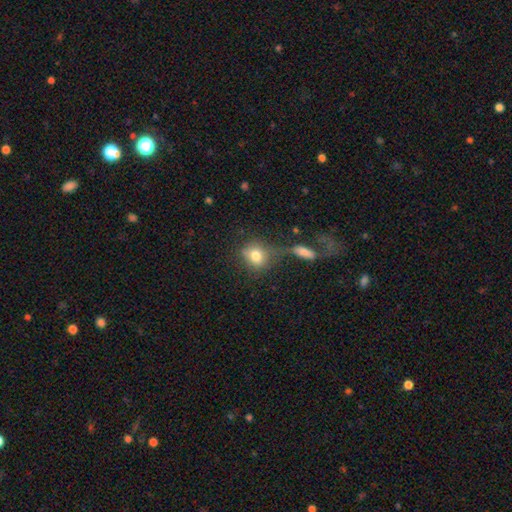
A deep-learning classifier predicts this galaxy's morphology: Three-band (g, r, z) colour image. It shows a smooth galaxy with no disk features (78%) that is round (65%). Merging: none (49%).